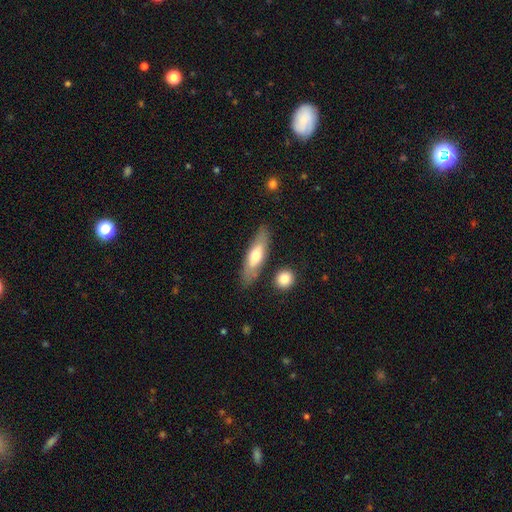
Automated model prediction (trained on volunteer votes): smooth 58%, featured or disk 37%, star or artifact 6%. Down the decision tree: how rounded — cigar-shaped (54%); merging — none (80%).